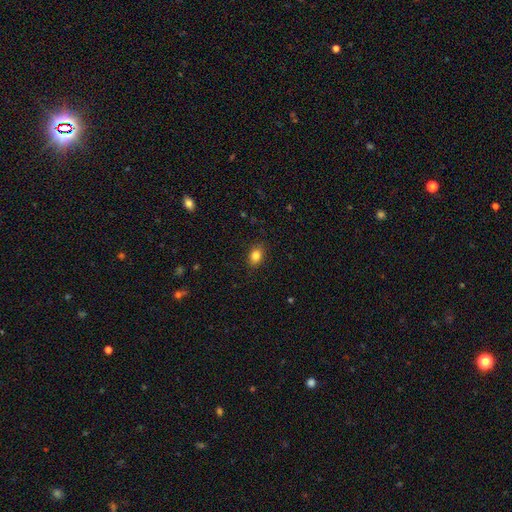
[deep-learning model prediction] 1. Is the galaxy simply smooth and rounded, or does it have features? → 83% smooth, 10% star or artifact, 7% featured or disk.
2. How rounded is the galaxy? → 70% in between, 28% round, 2% cigar-shaped.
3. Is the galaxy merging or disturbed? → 86% none, 10% minor disturbance, 2% major disturbance, 1% merger.